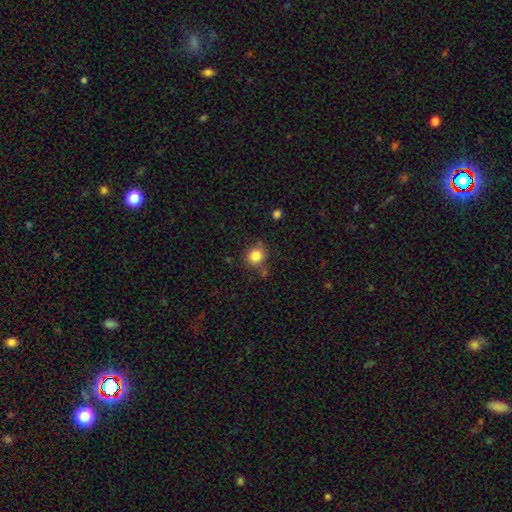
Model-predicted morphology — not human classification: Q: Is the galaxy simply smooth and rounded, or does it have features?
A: smooth — 83%.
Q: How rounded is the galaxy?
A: round — 84%.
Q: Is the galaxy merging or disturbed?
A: none — 73%.